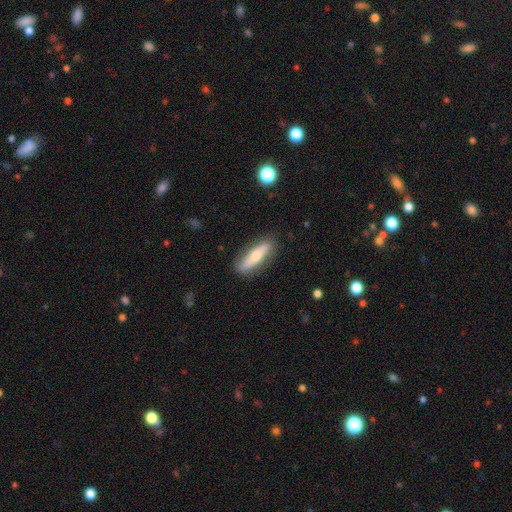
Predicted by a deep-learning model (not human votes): smooth_or_featured: smooth (p=0.51) [alt: featured or disk p=0.43]
how_rounded: cigar-shaped (p=0.61) [alt: in between p=0.37]
merging: none (p=0.84) [alt: minor disturbance p=0.12]